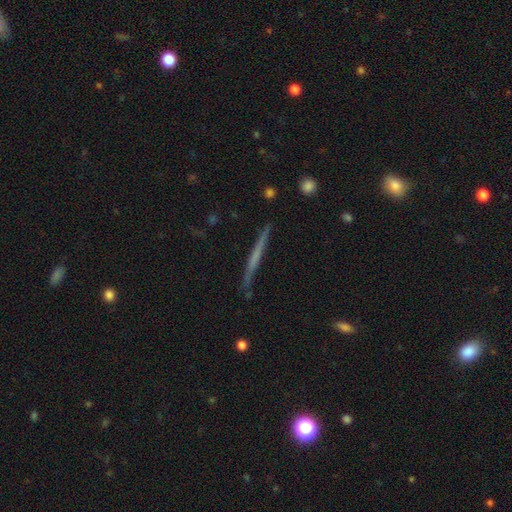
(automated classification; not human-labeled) Smooth or featured: featured or disk — 55% (smooth — 38%)
Edge-on disk: yes — 96% (no — 4%)
Edge-on bulge: none — 81% (rounded — 12%)
Merging: none — 85% (minor disturbance — 11%)